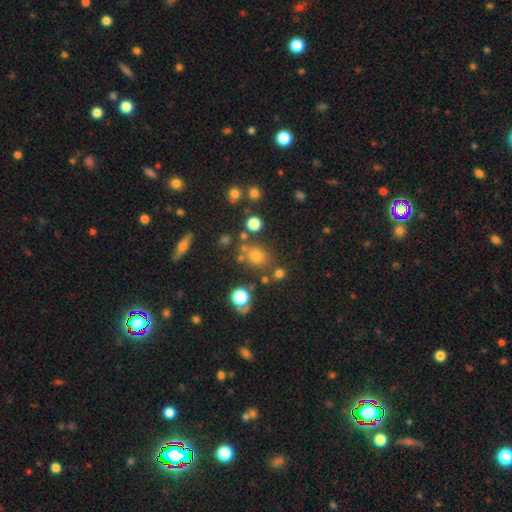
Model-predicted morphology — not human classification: This appears to be a smooth galaxy with no disk features (65%) that is round (69%). Merging: none (73%).